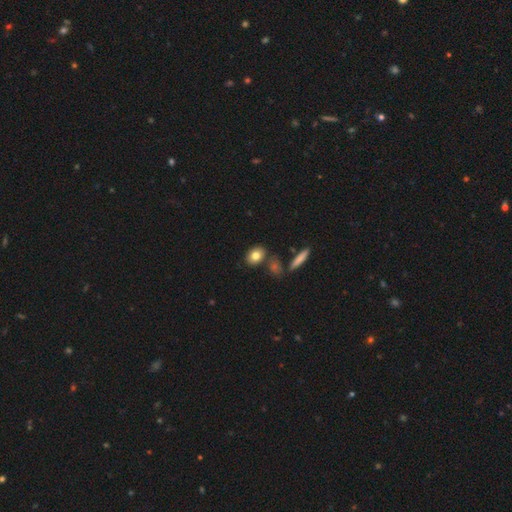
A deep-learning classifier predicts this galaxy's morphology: Q: Smooth or featured?
A: smooth (80%); runner-up: featured or disk (12%)
Q: How rounded?
A: in between (69%); runner-up: round (27%)
Q: Merging?
A: none (76%); runner-up: minor disturbance (11%)